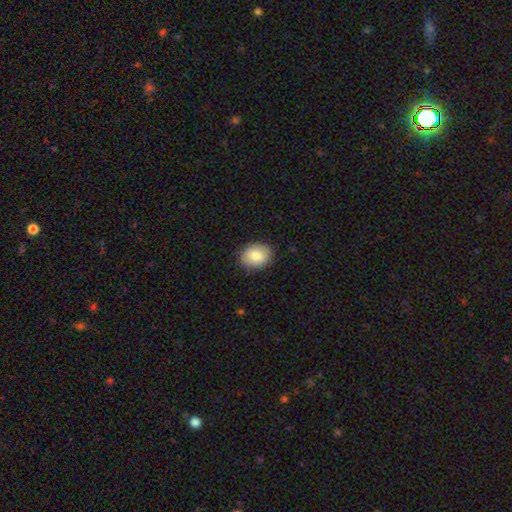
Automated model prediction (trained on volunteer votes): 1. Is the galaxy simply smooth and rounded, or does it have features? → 82% smooth, 11% featured or disk, 7% star or artifact.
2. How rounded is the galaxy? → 61% in between, 39% round, 1% cigar-shaped.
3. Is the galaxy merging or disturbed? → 87% none, 10% minor disturbance, 2% major disturbance, 1% merger.